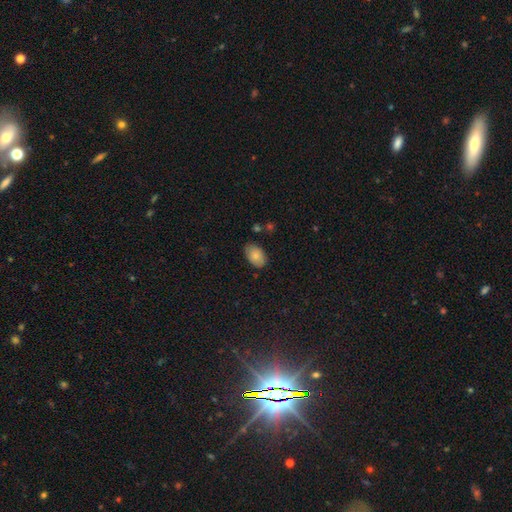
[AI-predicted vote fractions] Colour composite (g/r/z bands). It shows a smooth galaxy with no disk features (83%) that is in between round and cigar-shaped (90%). Merging: none (80%).